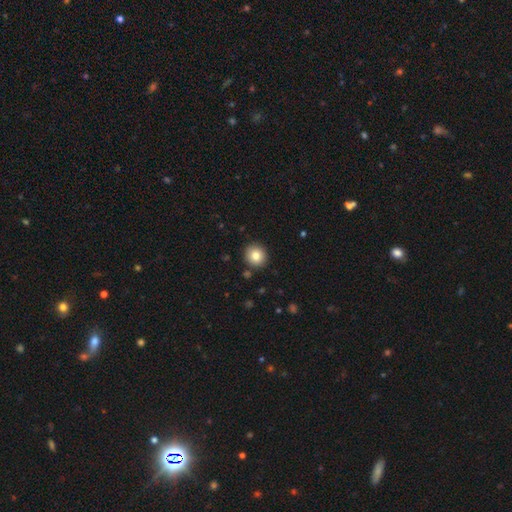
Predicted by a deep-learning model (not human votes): The model was most divided on "smooth or featured": smooth: 81%, star or artifact: 10%, featured or disk: 8%. More confident: how rounded — round (91%); merging — none (90%).